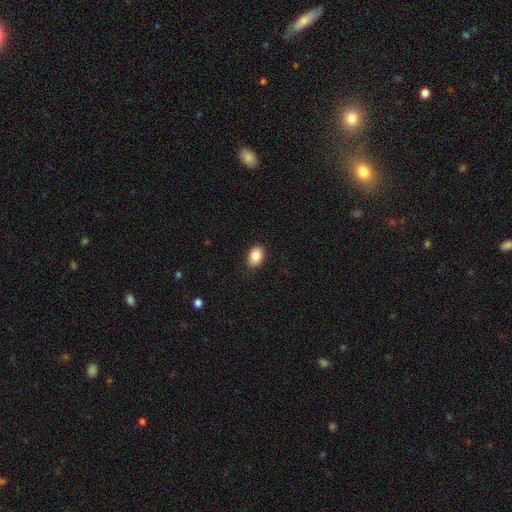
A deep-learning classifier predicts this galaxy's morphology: Smooth or featured: smooth — 86% (star or artifact — 8%)
How rounded: in between — 80% (round — 19%)
Merging: none — 88% (minor disturbance — 9%)